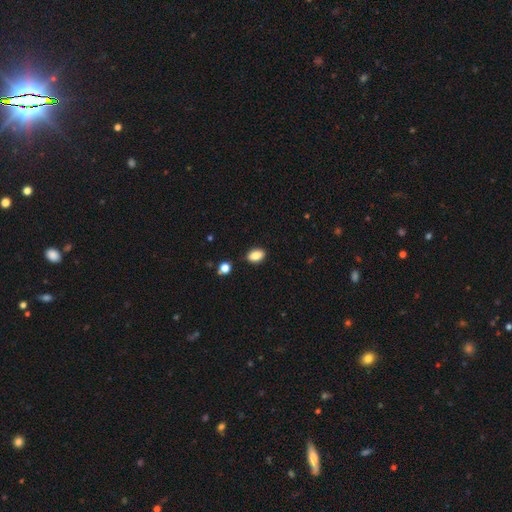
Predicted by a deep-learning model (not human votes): Overall: smooth (86%). How rounded: in between (86%). Merging: none (87%).